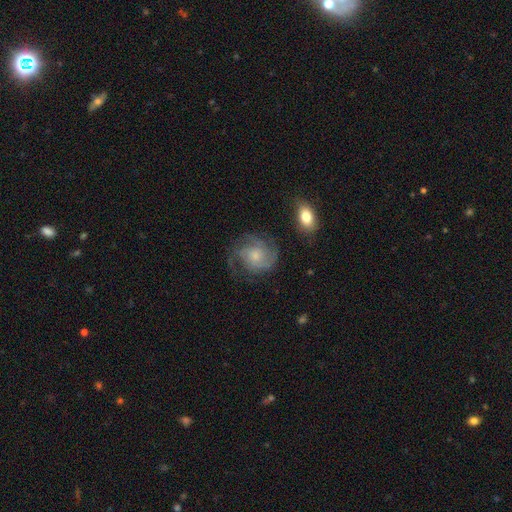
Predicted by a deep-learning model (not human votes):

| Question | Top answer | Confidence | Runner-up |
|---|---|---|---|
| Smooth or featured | featured or disk | 73% | smooth (20%) |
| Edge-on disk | no | 98% | yes (2%) |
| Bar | no | 75% | weak (23%) |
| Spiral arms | yes | 92% | no (8%) |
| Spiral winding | tight | 43% | medium (42%) |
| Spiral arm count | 3 | 32% | can't tell (24%) |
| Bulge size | small | 50% | moderate (36%) |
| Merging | none | 63% | minor disturbance (20%) |